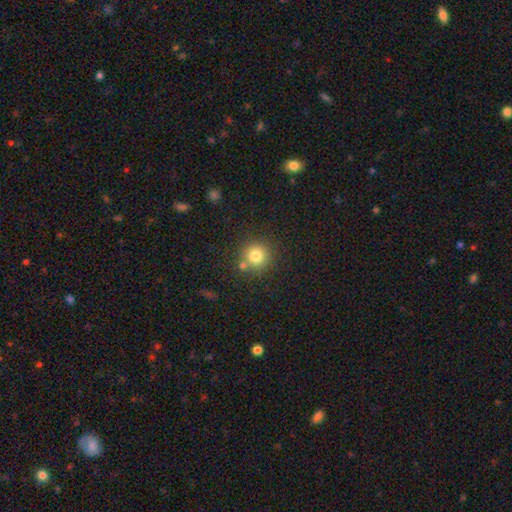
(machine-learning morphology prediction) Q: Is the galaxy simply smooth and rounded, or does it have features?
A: smooth — 79%.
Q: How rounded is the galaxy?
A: round — 94%.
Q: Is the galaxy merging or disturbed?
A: none — 77%.